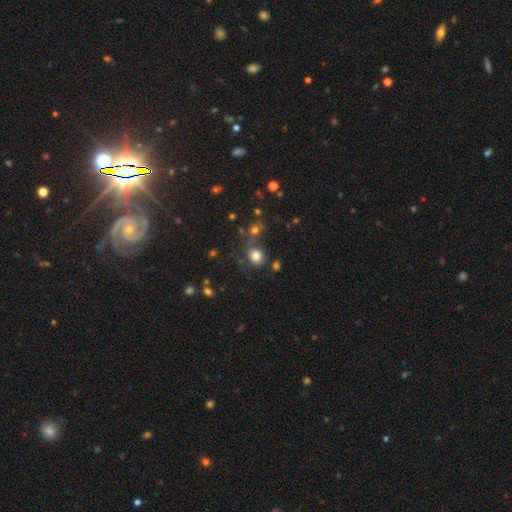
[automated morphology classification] smooth_or_featured: smooth (p=0.78) [alt: star or artifact p=0.15]
how_rounded: round (p=0.74) [alt: in between p=0.25]
merging: none (p=0.59) [alt: merger p=0.16]